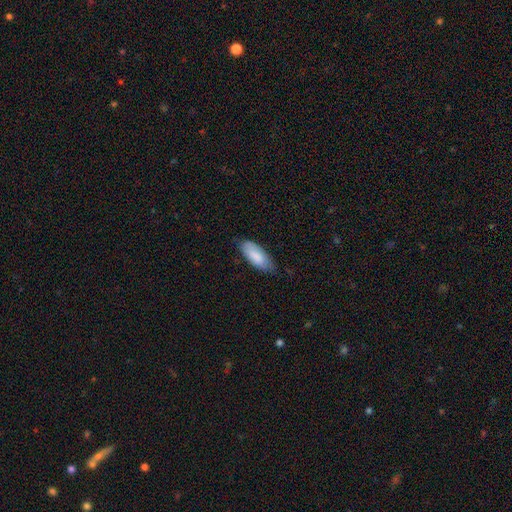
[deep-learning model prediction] Smooth or featured: smooth — 83% (featured or disk — 12%)
How rounded: in between — 83% (cigar-shaped — 15%)
Merging: none — 68% (minor disturbance — 27%)